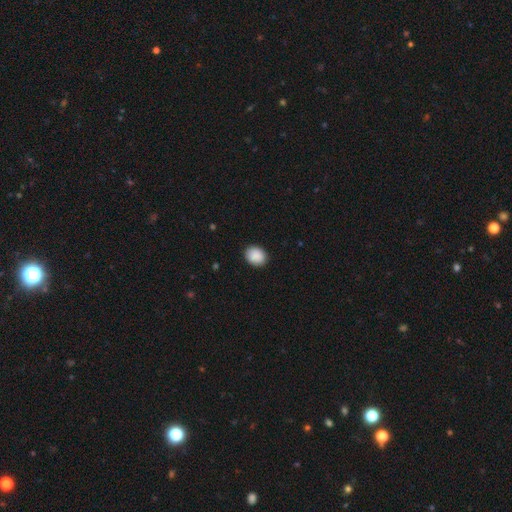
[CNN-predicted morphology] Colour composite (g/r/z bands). It shows a smooth galaxy with no disk features (90%) that is round (54%). Merging: none (90%).